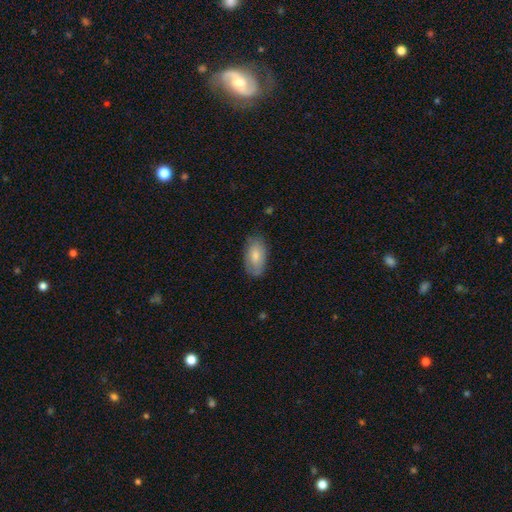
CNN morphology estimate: Smooth or featured? smooth (77%)
How rounded? in between (94%)
Merging? none (76%)